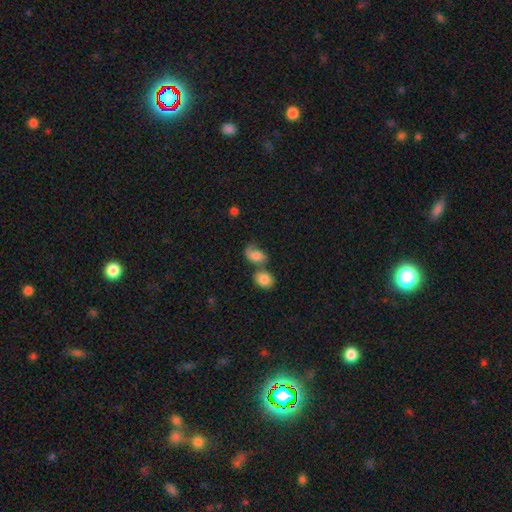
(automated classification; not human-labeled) Morphology: type=smooth (57%); roundness=in between (69%); merging=merger (40%).